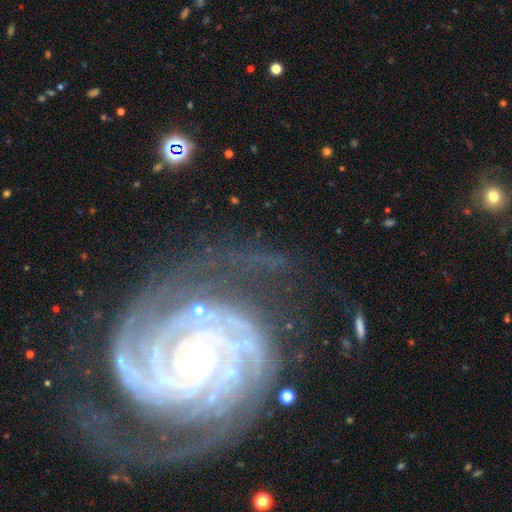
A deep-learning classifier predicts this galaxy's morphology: smooth_or_featured: featured or disk (p=0.88) [alt: star or artifact p=0.07]
disk_edge_on: no (p=0.97) [alt: yes p=0.03]
bar: no (p=0.73) [alt: weak p=0.16]
has_spiral_arms: yes (p=0.97) [alt: no p=0.03]
spiral_winding: tight (p=0.80) [alt: medium p=0.16]
spiral_arm_count: 2 (p=0.24) [alt: can't tell p=0.23]
bulge_size: small (p=0.72) [alt: moderate p=0.23]
merging: none (p=0.62) [alt: minor disturbance p=0.20]